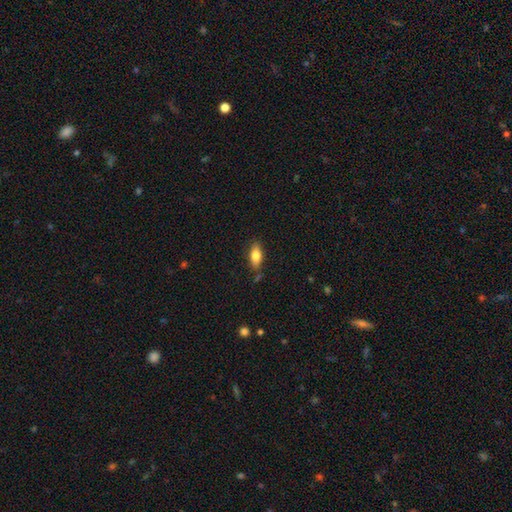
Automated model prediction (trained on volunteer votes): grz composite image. It shows a smooth galaxy with no disk features (79%) that is in between round and cigar-shaped (84%). Merging: none (77%).